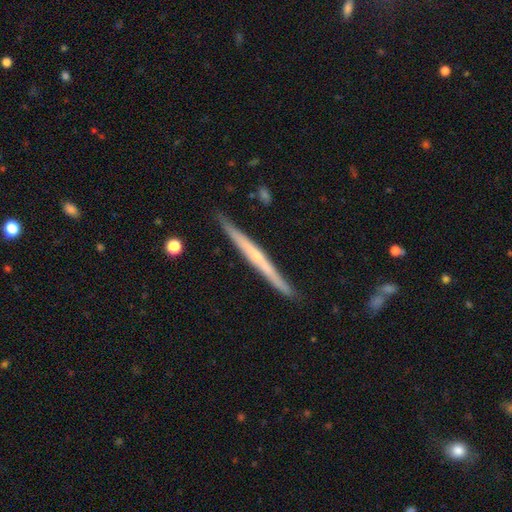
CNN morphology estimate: Q: Smooth or featured?
A: featured or disk (68%); runner-up: smooth (27%)
Q: Edge-on disk?
A: yes (97%); runner-up: no (3%)
Q: Edge-on bulge?
A: none (54%); runner-up: rounded (41%)
Q: Merging?
A: none (89%); runner-up: minor disturbance (8%)